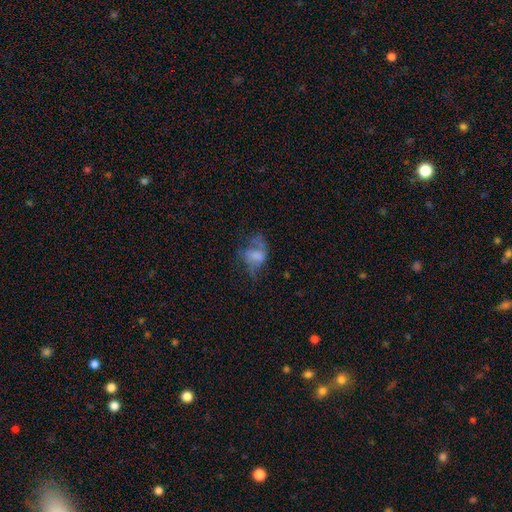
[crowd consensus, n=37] smooth 57%, featured or disk 38%, star or artifact 5%. Down the decision tree: how rounded — in between (76%); merging — none (40%).